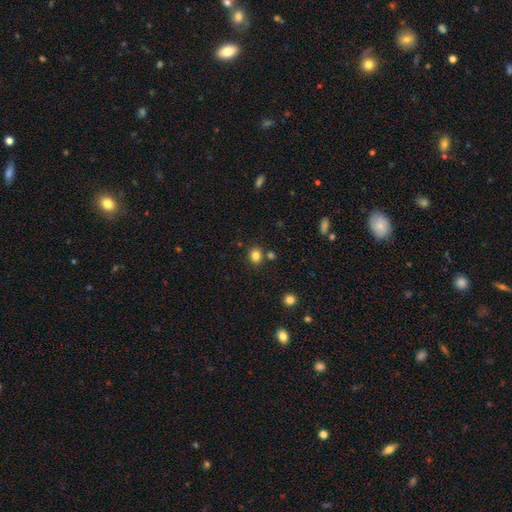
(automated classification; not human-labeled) Smooth or featured: smooth — 82% (star or artifact — 12%)
How rounded: round — 62% (in between — 37%)
Merging: none — 79% (minor disturbance — 10%)